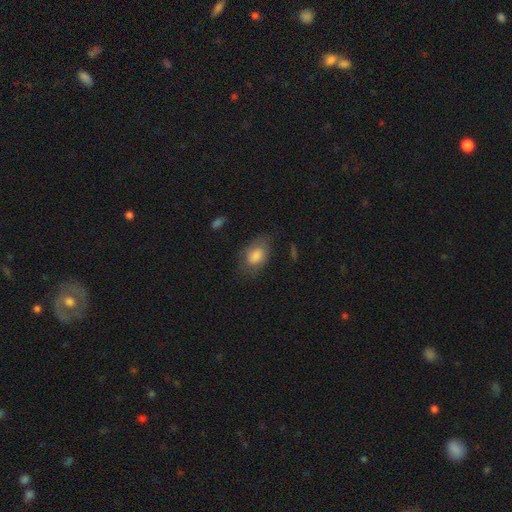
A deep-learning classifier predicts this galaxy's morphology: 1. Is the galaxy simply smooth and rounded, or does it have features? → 77% smooth, 16% featured or disk, 8% star or artifact.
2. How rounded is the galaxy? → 87% in between, 11% round, 2% cigar-shaped.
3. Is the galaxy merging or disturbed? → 62% none, 25% minor disturbance, 11% major disturbance, 2% merger.